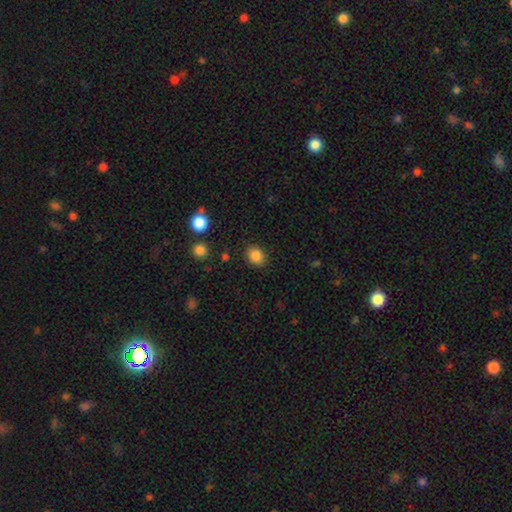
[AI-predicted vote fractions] smooth_or_featured: smooth (p=0.85) [alt: star or artifact p=0.10]
how_rounded: round (p=0.60) [alt: in between p=0.39]
merging: none (p=0.87) [alt: minor disturbance p=0.09]